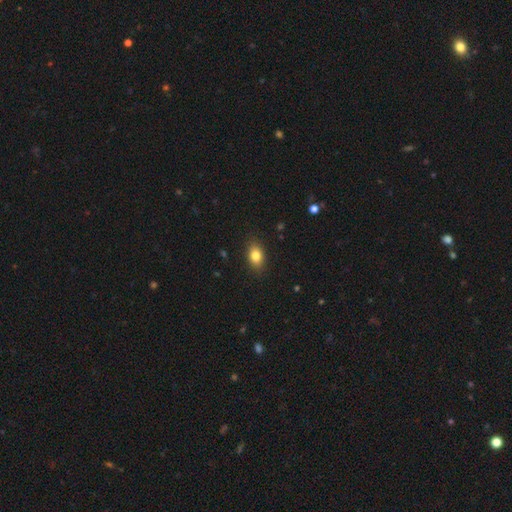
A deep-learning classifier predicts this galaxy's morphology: smooth 82%, star or artifact 9%, featured or disk 9%. Down the decision tree: how rounded — in between (81%); merging — none (87%).